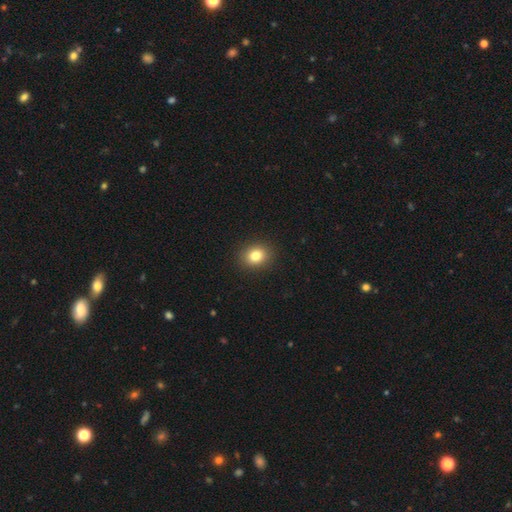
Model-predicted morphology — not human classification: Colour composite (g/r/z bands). It shows a smooth galaxy with no disk features (82%) that is round (63%). Merging: none (91%).